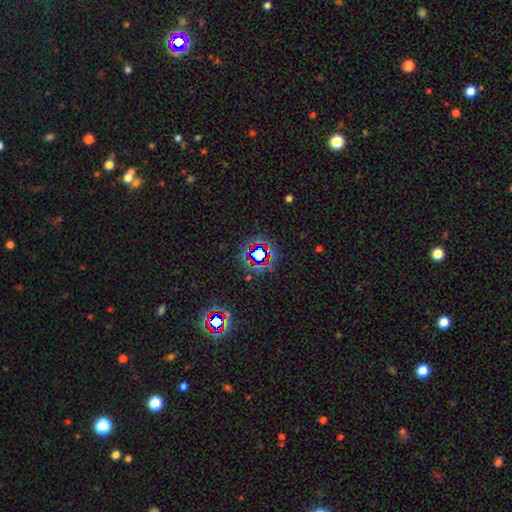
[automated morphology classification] A star or artifact, not a galaxy (72%).